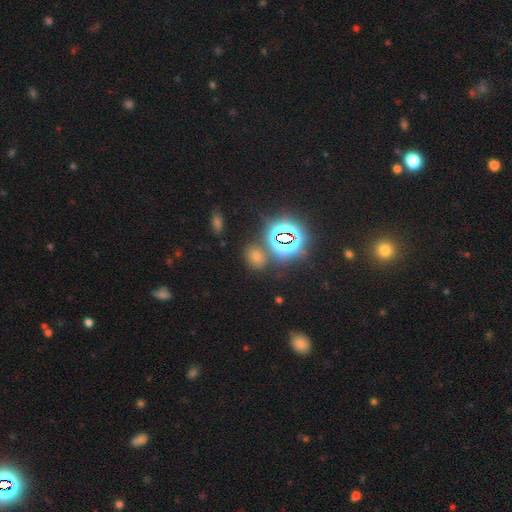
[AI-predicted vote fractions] Morphology: type=smooth (53%); roundness=round (50%); merging=none (76%).